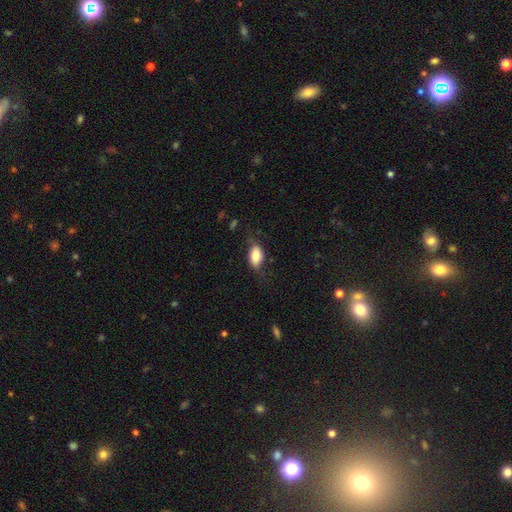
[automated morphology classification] type=smooth (75%); roundness=in between (88%); merging=none (61%).